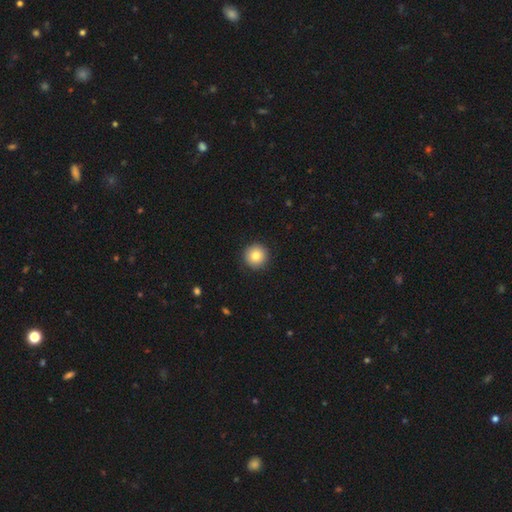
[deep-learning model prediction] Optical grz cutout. It shows a smooth galaxy with no disk features (81%) that is round (96%). Merging: none (93%).